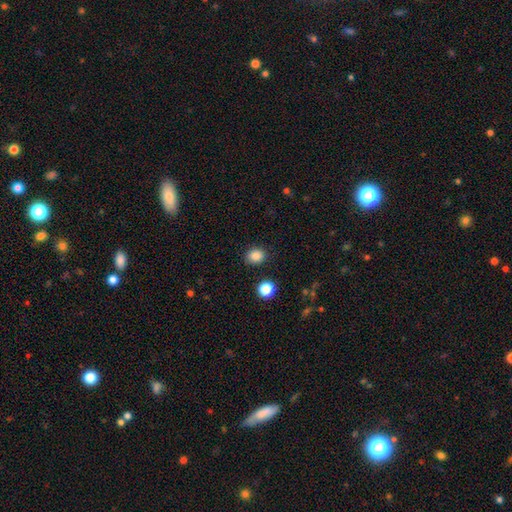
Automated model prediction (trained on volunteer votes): smooth-or-featured: smooth: 85% | star or artifact: 11% | featured or disk: 3%
  how-rounded: round: 62% | in between: 37% | cigar-shaped: 1%
  merging: none: 87% | minor disturbance: 8% | major disturbance: 3% | merger: 2%